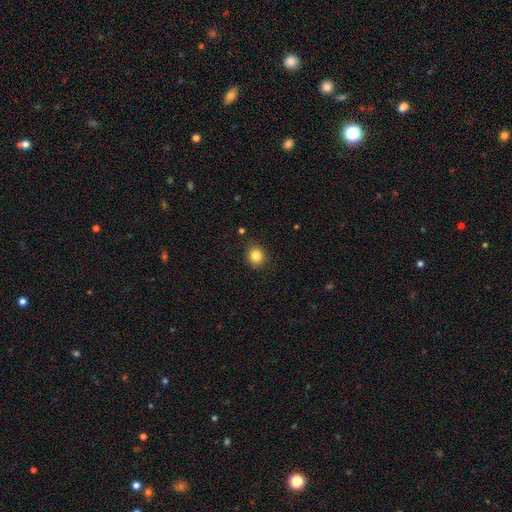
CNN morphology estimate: Overall: smooth (84%). How rounded: round (76%). Merging: none (87%).